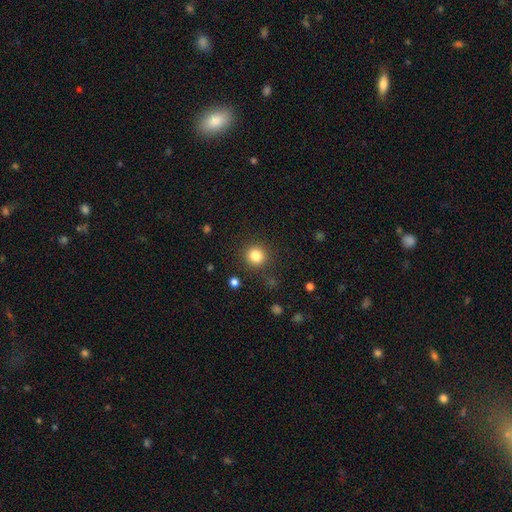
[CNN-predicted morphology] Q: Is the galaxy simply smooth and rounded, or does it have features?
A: smooth — 83%.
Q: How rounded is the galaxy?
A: round — 92%.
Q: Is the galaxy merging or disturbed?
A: none — 87%.